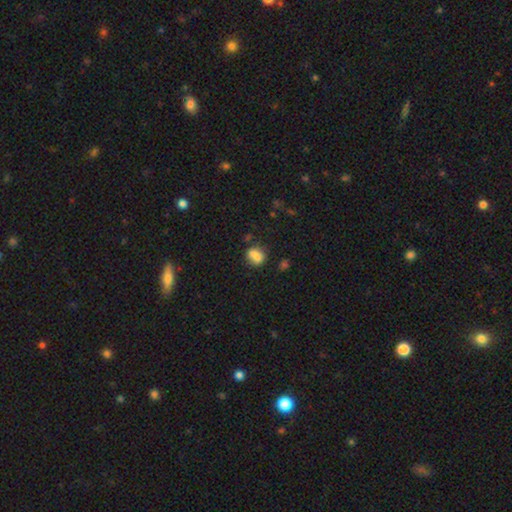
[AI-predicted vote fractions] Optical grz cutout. It shows a smooth galaxy with no disk features (76%) that is round (58%). Merging: none (50%).